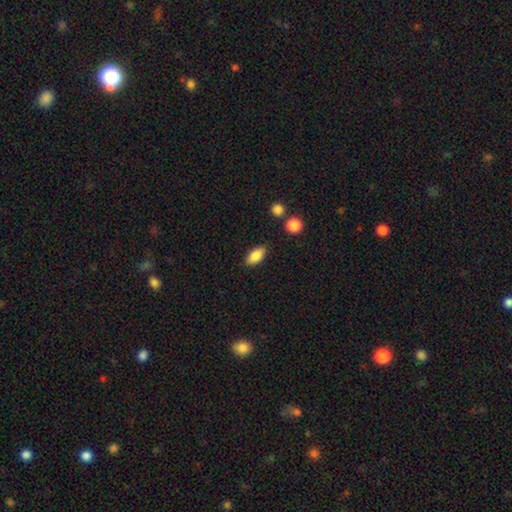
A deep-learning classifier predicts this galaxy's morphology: smooth-or-featured: smooth: 84% | featured or disk: 8% | star or artifact: 8%
  how-rounded: in between: 88% | cigar-shaped: 8% | round: 4%
  merging: none: 83% | minor disturbance: 12% | major disturbance: 3% | merger: 2%